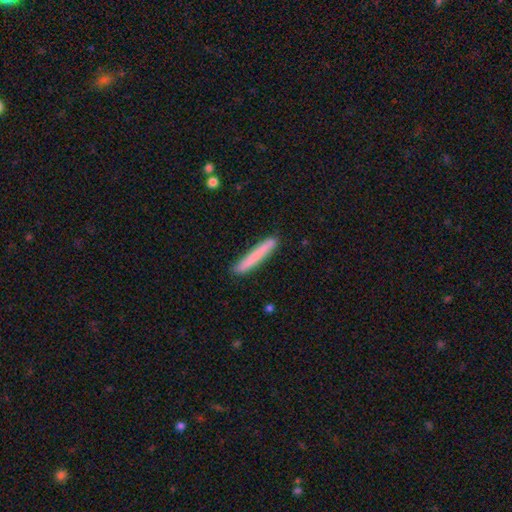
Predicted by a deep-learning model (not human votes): Smooth or featured? smooth (78%)
How rounded? cigar-shaped (96%)
Merging? none (89%)